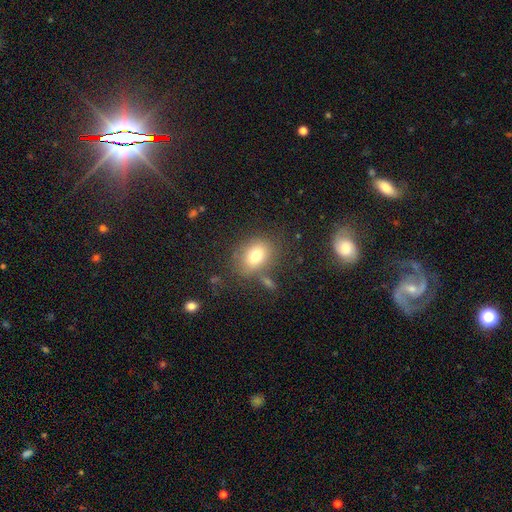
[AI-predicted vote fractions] smooth_or_featured: smooth (p=0.76) [alt: featured or disk p=0.13]
how_rounded: in between (p=0.62) [alt: round p=0.36]
merging: none (p=0.71) [alt: minor disturbance p=0.15]